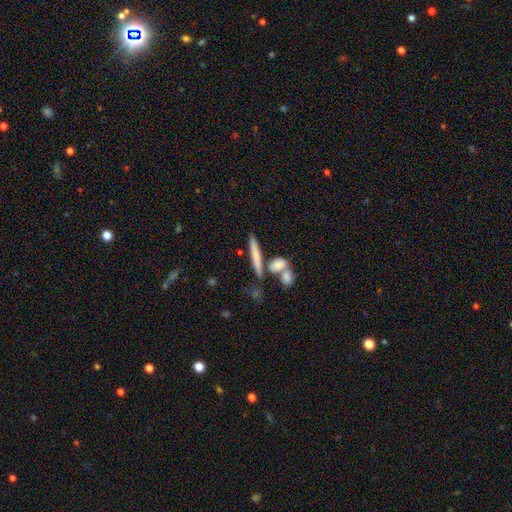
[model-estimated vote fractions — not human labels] A smooth galaxy with no disk features (67%) that is cigar-shaped (87%).

Vote fractions:
- Smooth or featured? smooth: 67% / featured or disk: 26% / star or artifact: 7%
- How rounded? cigar-shaped: 87% / in between: 9% / round: 4%
- Merging? none: 67% / merger: 18% / minor disturbance: 11% / major disturbance: 4%